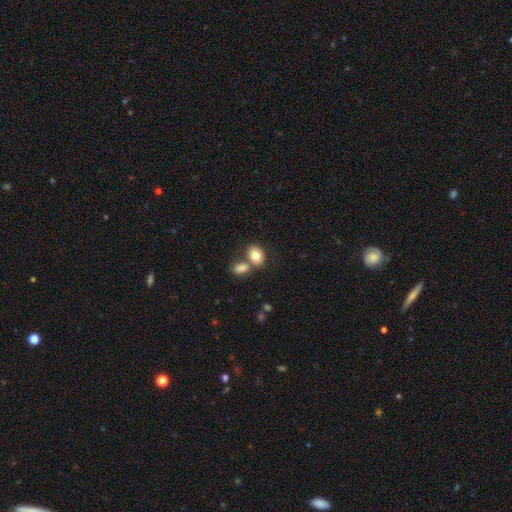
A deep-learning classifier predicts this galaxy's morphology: smooth_or_featured: smooth (p=0.80) [alt: featured or disk p=0.11]
how_rounded: in between (p=0.63) [alt: round p=0.36]
merging: none (p=0.49) [alt: merger p=0.36]